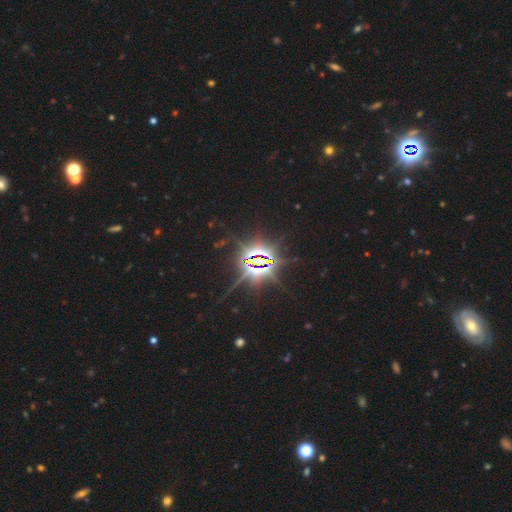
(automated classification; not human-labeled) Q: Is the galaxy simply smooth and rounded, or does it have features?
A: star or artifact — 86%.